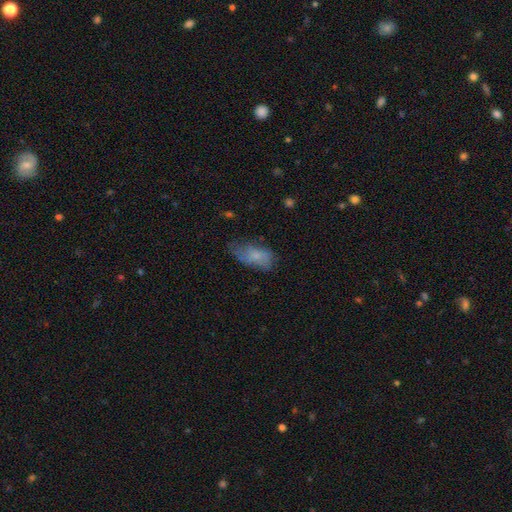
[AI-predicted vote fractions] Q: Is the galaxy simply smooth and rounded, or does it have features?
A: smooth — 69%.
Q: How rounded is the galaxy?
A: in between — 90%.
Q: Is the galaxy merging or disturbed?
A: none — 43%.